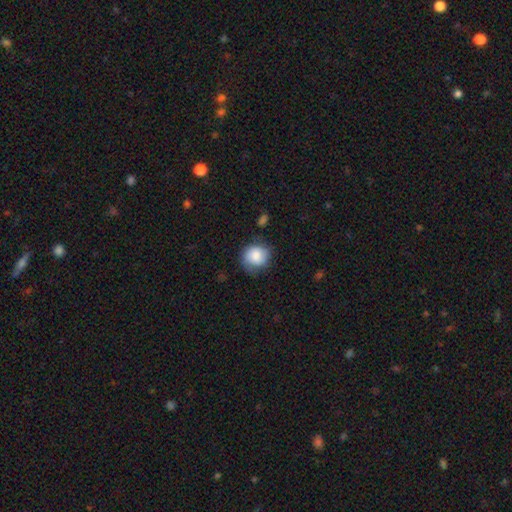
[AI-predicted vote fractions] Smooth or featured? Predicted: smooth (p=0.79). How rounded? Predicted: round (p=0.79). Merging? Predicted: none (p=0.67).